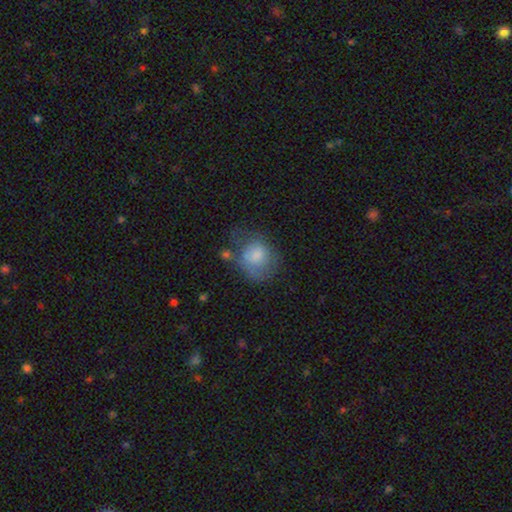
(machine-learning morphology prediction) This is likely a smooth galaxy (72%). How rounded: likely round (67%). Merging: marginally none (35%).